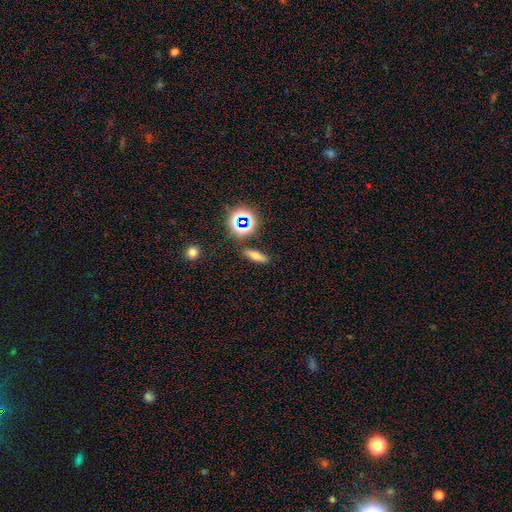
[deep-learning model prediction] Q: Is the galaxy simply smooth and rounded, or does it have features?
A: smooth — 65%.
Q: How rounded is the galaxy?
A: cigar-shaped — 48%.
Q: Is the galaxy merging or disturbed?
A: none — 84%.